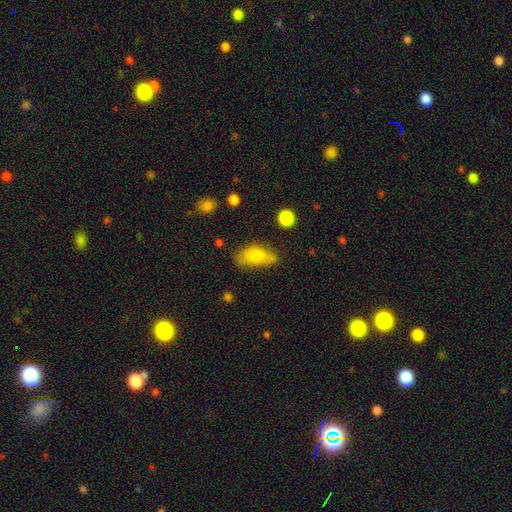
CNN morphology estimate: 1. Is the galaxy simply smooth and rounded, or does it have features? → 80% smooth, 11% featured or disk, 8% star or artifact.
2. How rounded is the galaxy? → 87% in between, 8% cigar-shaped, 5% round.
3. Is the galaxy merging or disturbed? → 51% none, 31% minor disturbance, 13% major disturbance, 5% merger.